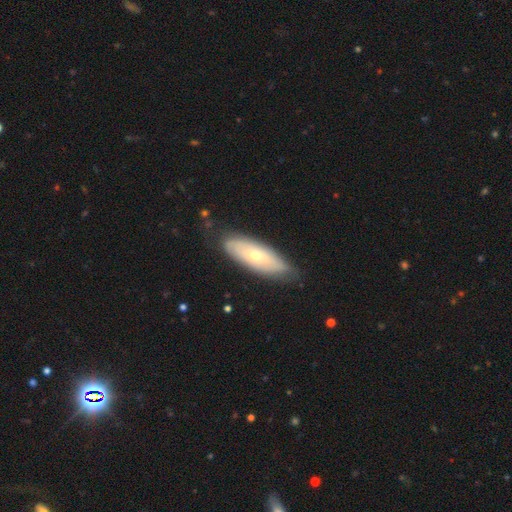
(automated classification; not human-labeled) This appears to be a smooth galaxy with no disk features (48%). Merging: none (76%).